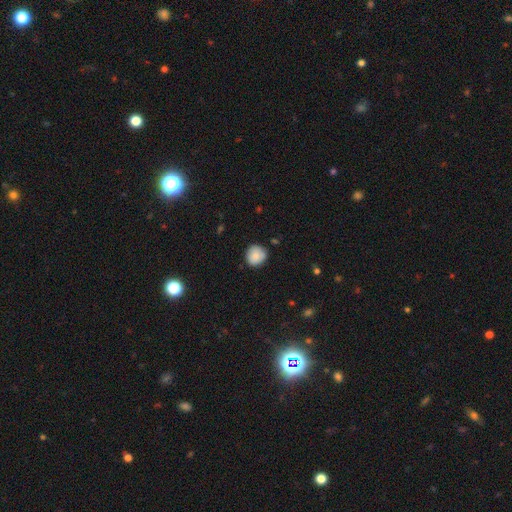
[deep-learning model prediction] Smooth or featured: smooth — 85% (star or artifact — 8%)
How rounded: round — 88% (in between — 11%)
Merging: none — 81% (minor disturbance — 15%)